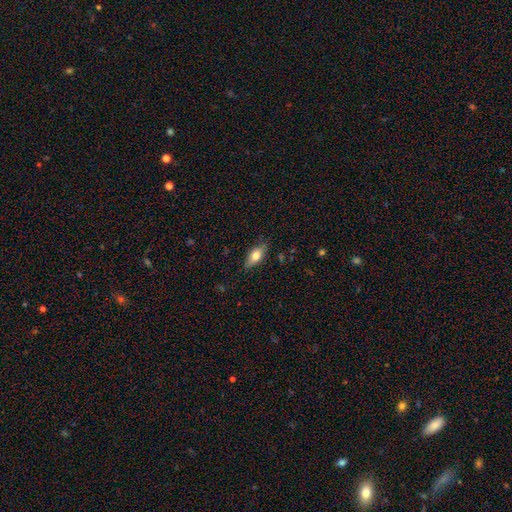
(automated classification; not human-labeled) The model was most divided on "smooth or featured": smooth: 72%, featured or disk: 22%, star or artifact: 7%. More confident: merging — none (83%); how rounded — in between (80%).